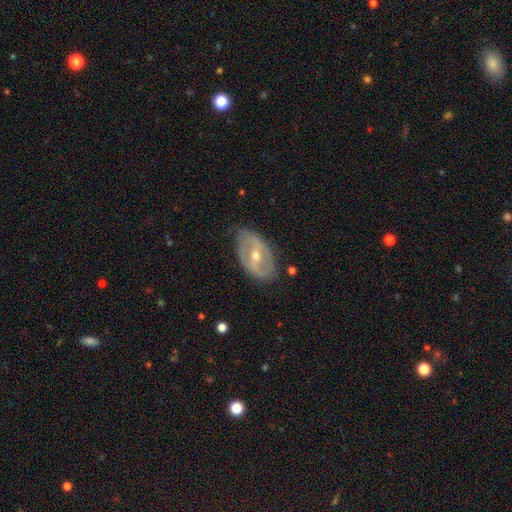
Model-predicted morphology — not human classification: This is likely a featured or disk galaxy (76%). It is clearly not viewed edge-on (92%). Bar: marginally strong (40%, tied with weak). Spiral arm pattern: possibly yes (58%). Central bulge: possibly moderate (57%). Merging: likely none (73%).